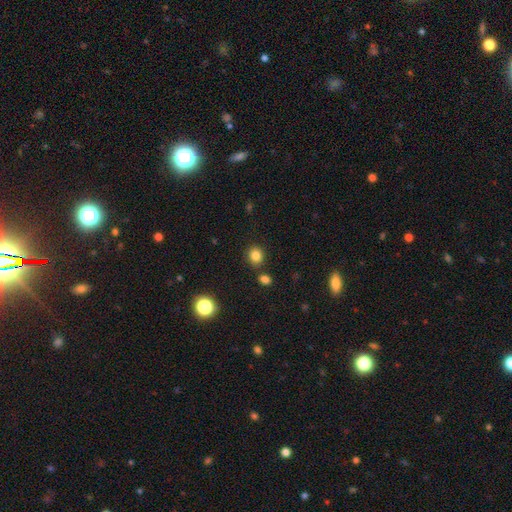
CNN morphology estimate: This appears to be a smooth galaxy with no disk features (83%) that is round (75%). Merging: none (81%).